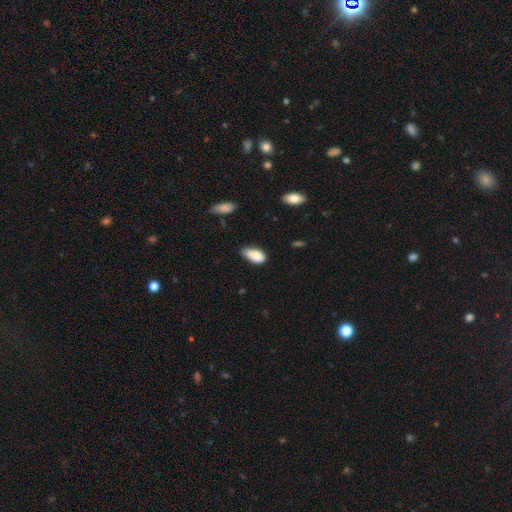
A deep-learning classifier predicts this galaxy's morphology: Overall: smooth (84%). How rounded: in between (93%). Merging: none (49%; minor disturbance 41%).